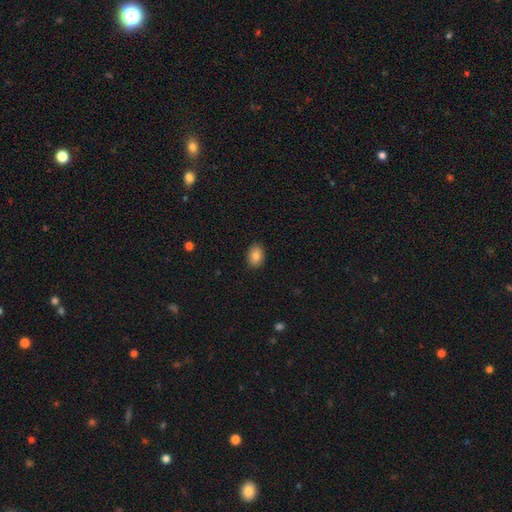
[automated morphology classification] A smooth galaxy with no disk features (85%) that is in between round and cigar-shaped (78%).

Vote fractions:
- Smooth or featured? smooth: 85% / star or artifact: 8% / featured or disk: 7%
- How rounded? in between: 78% / round: 21% / cigar-shaped: 1%
- Merging? none: 89% / minor disturbance: 8% / major disturbance: 2% / merger: 1%